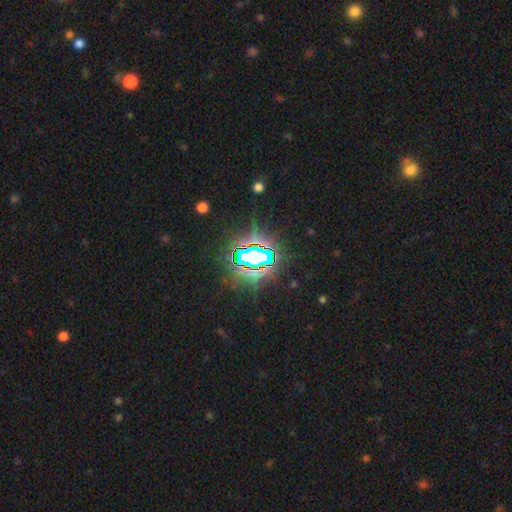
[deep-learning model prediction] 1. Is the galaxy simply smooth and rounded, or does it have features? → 85% star or artifact, 9% smooth, 6% featured or disk.